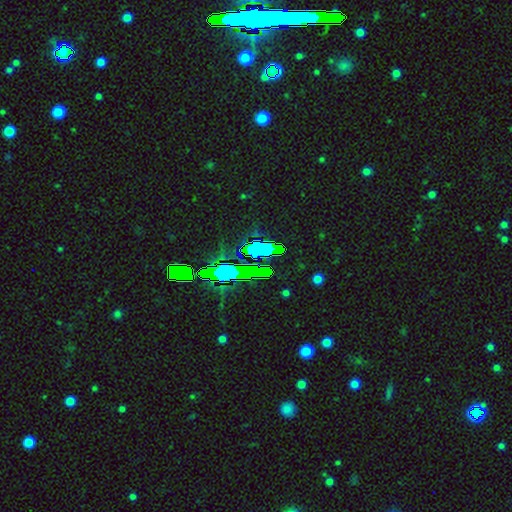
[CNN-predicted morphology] Smooth or featured? Predicted: star or artifact (p=0.75).